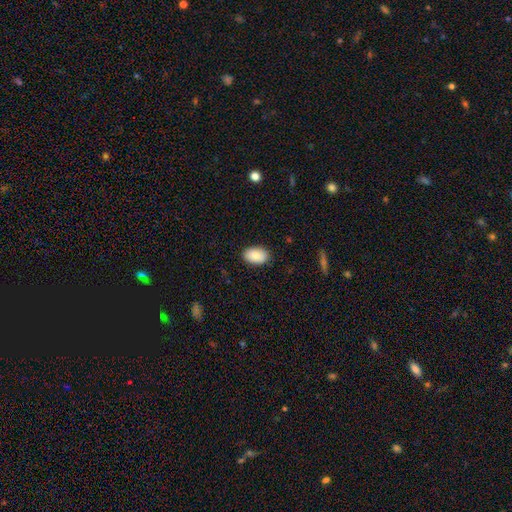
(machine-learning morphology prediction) Smooth or featured: smooth — 88% (star or artifact — 7%)
How rounded: in between — 91% (round — 8%)
Merging: none — 88% (minor disturbance — 9%)